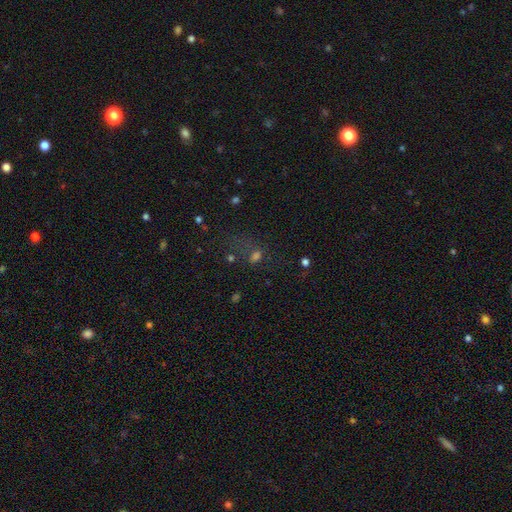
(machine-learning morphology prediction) smooth 47%, star or artifact 37%, featured or disk 16%. Down the decision tree: merging — none (44%).